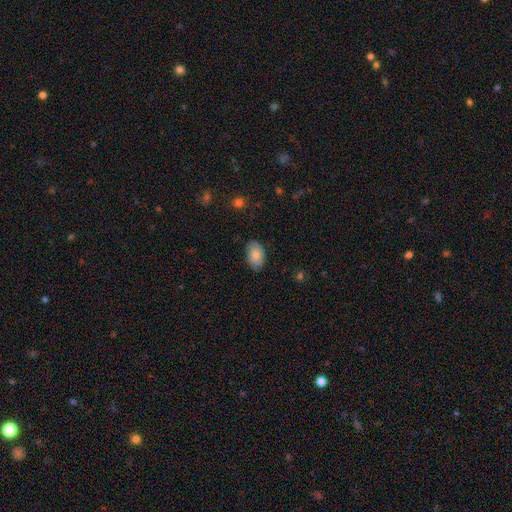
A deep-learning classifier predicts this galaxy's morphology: Smooth or featured?
  - smooth: 83% *
  - featured or disk: 10%
  - star or artifact: 7%
How rounded?
  - in between: 90% *
  - round: 9%
  - cigar-shaped: 1%
Merging?
  - none: 80% *
  - minor disturbance: 16%
  - major disturbance: 3%
  - merger: 1%